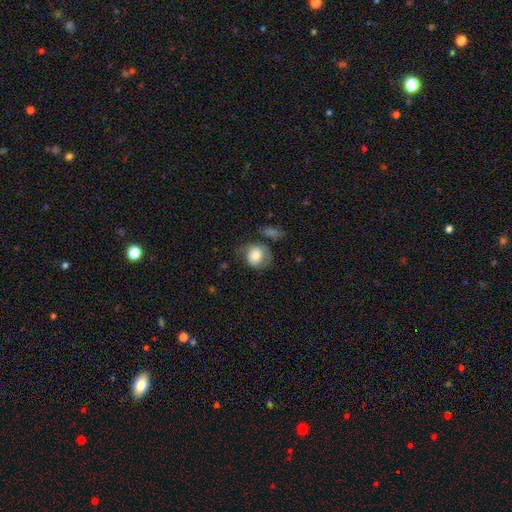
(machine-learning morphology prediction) Smooth or featured?
  - smooth: 69% *
  - featured or disk: 24%
  - star or artifact: 7%
How rounded?
  - round: 76% *
  - in between: 23%
  - cigar-shaped: 1%
Merging?
  - none: 47% *
  - minor disturbance: 27%
  - major disturbance: 19%
  - merger: 7%